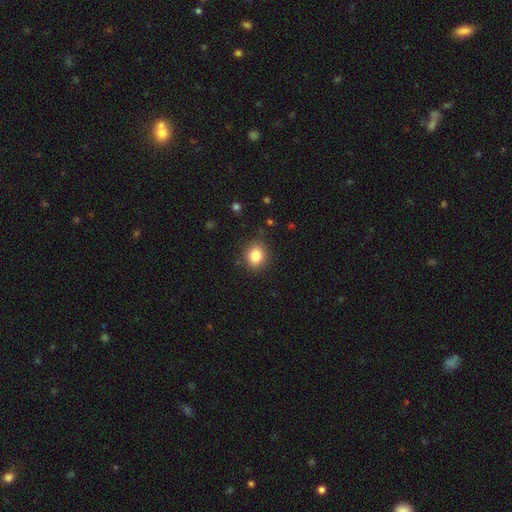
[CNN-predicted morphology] Smooth or featured?
  - smooth: 83% *
  - star or artifact: 10%
  - featured or disk: 7%
How rounded?
  - round: 72% *
  - in between: 27%
  - cigar-shaped: 1%
Merging?
  - none: 87% *
  - minor disturbance: 9%
  - major disturbance: 3%
  - merger: 1%